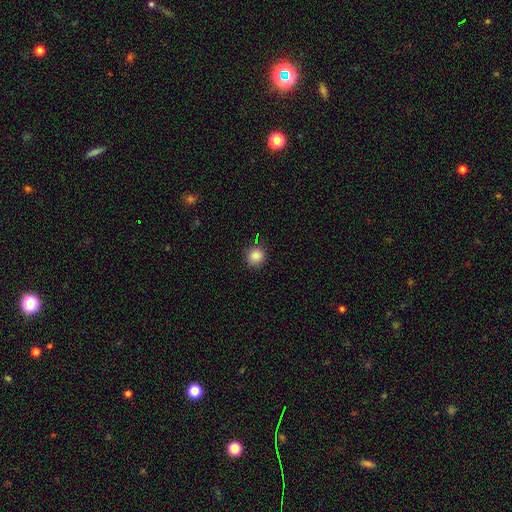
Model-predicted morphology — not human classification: The model was most divided on "smooth or featured": smooth: 86%, star or artifact: 10%, featured or disk: 3%. More confident: how rounded — round (91%); merging — none (87%).